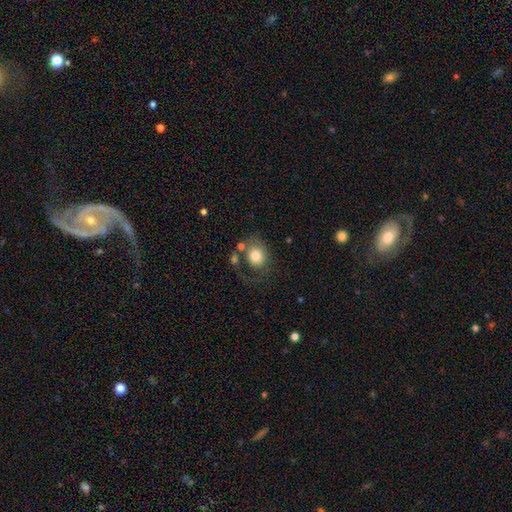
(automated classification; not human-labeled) A smooth galaxy with no disk features (75%) that is round (61%).

Vote fractions:
- Smooth or featured? smooth: 75% / featured or disk: 16% / star or artifact: 9%
- How rounded? round: 61% / in between: 38% / cigar-shaped: 1%
- Merging? none: 47% / major disturbance: 21% / minor disturbance: 19% / merger: 14%